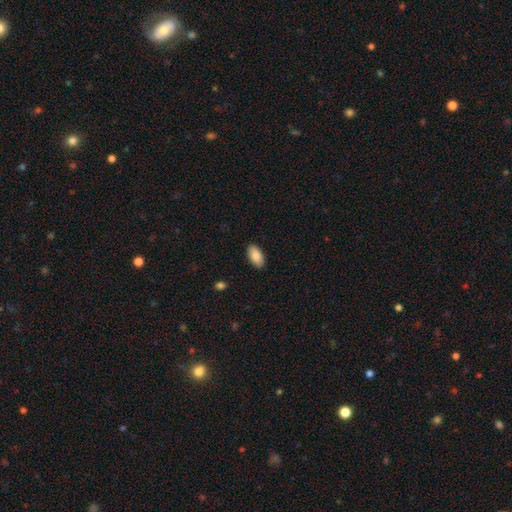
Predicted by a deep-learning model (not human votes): smooth 87%, star or artifact 6%, featured or disk 6%. Down the decision tree: how rounded — in between (94%); merging — none (90%).